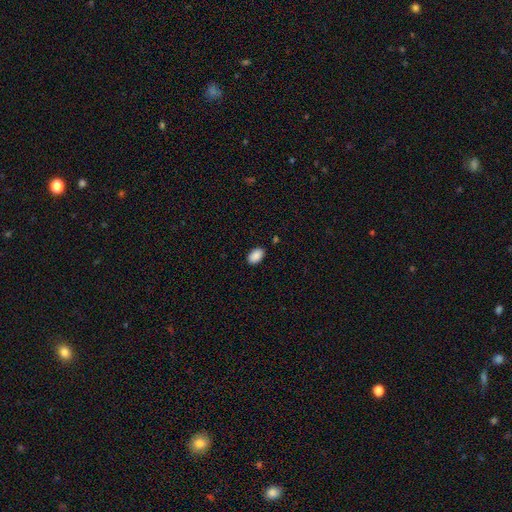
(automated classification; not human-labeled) The model was most divided on "merging": none: 87%, minor disturbance: 9%, major disturbance: 2%, merger: 1%. More confident: how rounded — in between (91%); smooth or featured — smooth (90%).